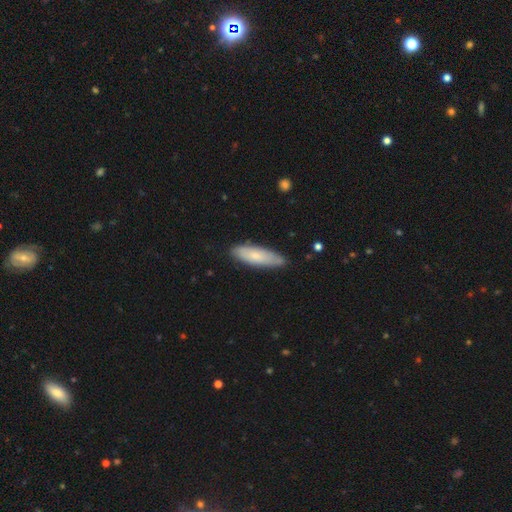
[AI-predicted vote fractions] Smooth or featured: smooth — 72% (featured or disk — 22%)
How rounded: cigar-shaped — 54% (in between — 44%)
Merging: none — 81% (minor disturbance — 15%)